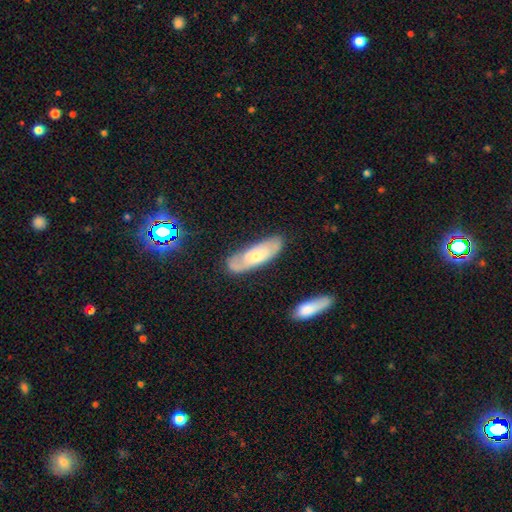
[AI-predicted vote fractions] Overall: featured or disk (54%; smooth 39%). Edge-on disk: no (82%). Merging: none (72%).